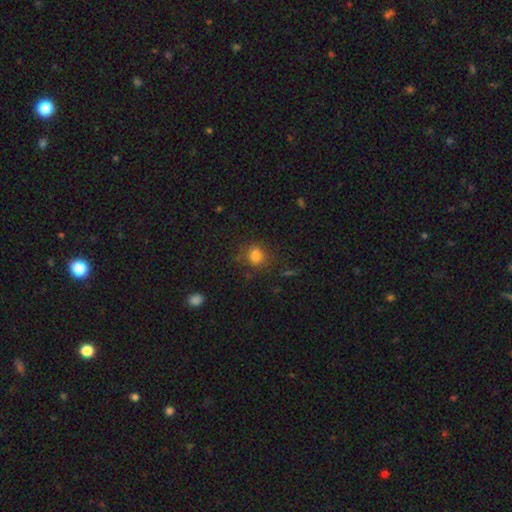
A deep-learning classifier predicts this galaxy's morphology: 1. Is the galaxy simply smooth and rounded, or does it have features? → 80% smooth, 13% star or artifact, 7% featured or disk.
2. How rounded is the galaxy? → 68% round, 30% in between, 1% cigar-shaped.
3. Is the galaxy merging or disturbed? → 77% none, 15% minor disturbance, 5% major disturbance, 3% merger.